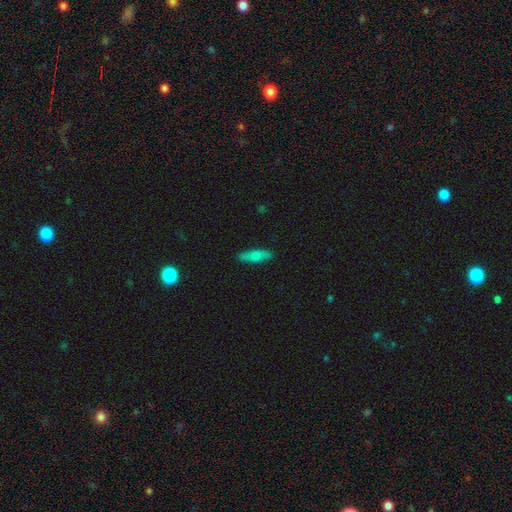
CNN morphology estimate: Q: Smooth or featured?
A: smooth (70%); runner-up: featured or disk (24%)
Q: How rounded?
A: cigar-shaped (53%); runner-up: in between (45%)
Q: Merging?
A: none (87%); runner-up: minor disturbance (10%)